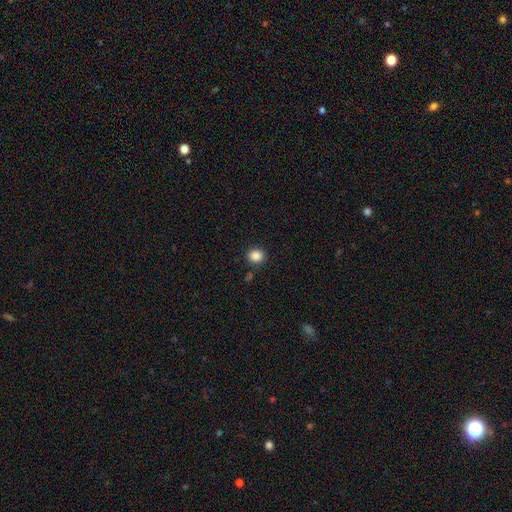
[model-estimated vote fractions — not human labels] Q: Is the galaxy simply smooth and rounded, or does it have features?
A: smooth — 87%.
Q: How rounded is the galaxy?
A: round — 78%.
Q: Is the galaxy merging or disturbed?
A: none — 87%.